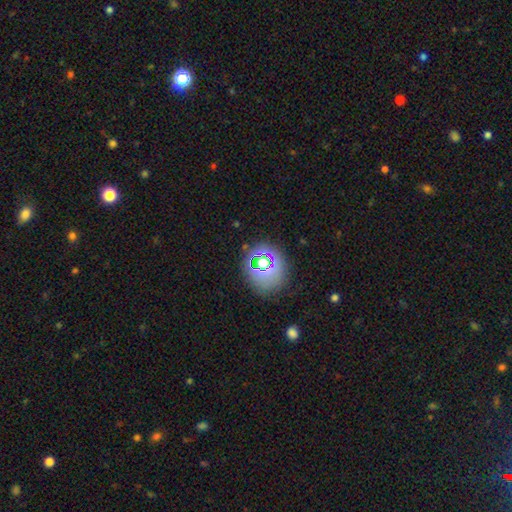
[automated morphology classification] A star or artifact, not a galaxy (44%).